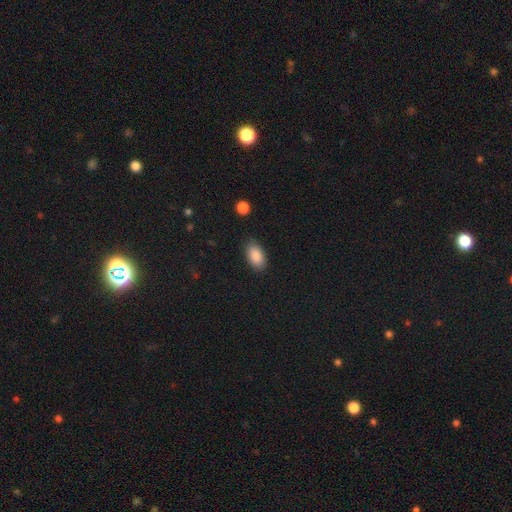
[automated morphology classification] smooth 89%, star or artifact 7%, featured or disk 4%. Down the decision tree: how rounded — in between (93%); merging — none (84%).